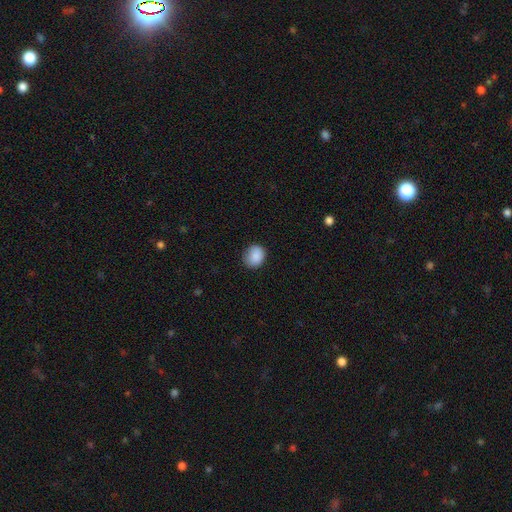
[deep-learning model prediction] smooth-or-featured: smooth: 88% | star or artifact: 8% | featured or disk: 4%
  how-rounded: round: 71% | in between: 28% | cigar-shaped: 1%
  merging: none: 79% | minor disturbance: 17% | major disturbance: 3% | merger: 1%